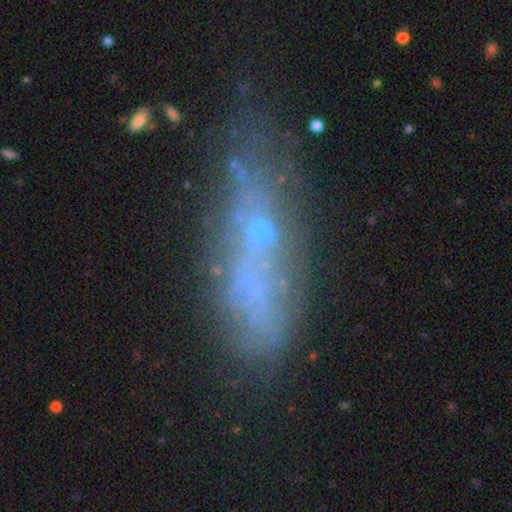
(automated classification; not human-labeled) smooth_or_featured: featured or disk (p=0.40) [alt: smooth p=0.38]
merging: none (p=0.49) [alt: minor disturbance p=0.25]